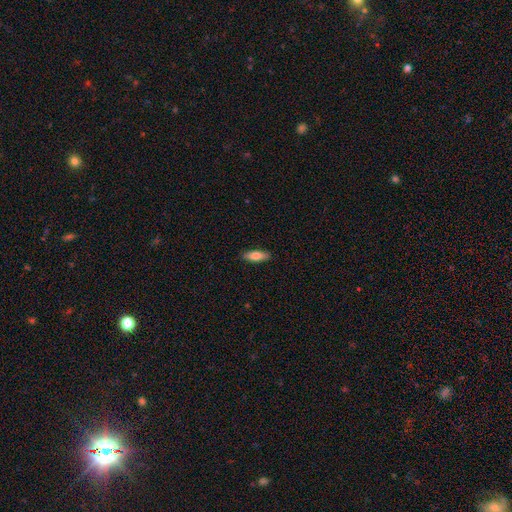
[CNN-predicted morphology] Smooth or featured?
  - smooth: 77% *
  - featured or disk: 17%
  - star or artifact: 6%
How rounded?
  - in between: 58% *
  - cigar-shaped: 40%
  - round: 2%
Merging?
  - none: 89% *
  - minor disturbance: 8%
  - major disturbance: 2%
  - merger: 1%